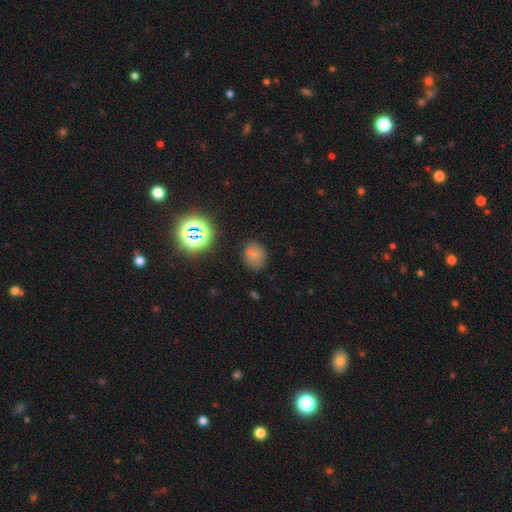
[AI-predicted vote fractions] smooth_or_featured: smooth (p=0.65) [alt: star or artifact p=0.22]
how_rounded: round (p=0.49) [tied with: in between p=0.49]
merging: none (p=0.72) [alt: minor disturbance p=0.17]